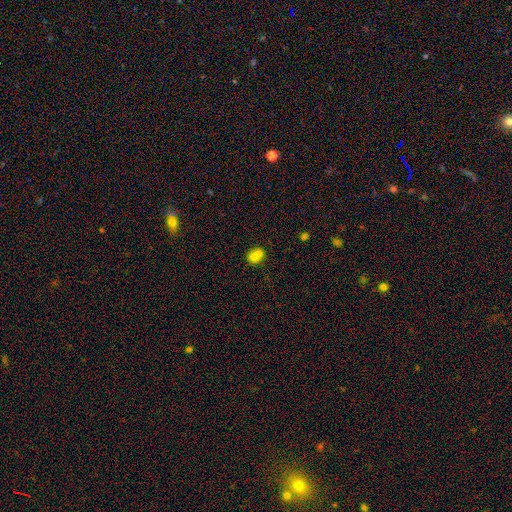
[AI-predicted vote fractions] Smooth or featured?
  - smooth: 71% *
  - featured or disk: 16%
  - star or artifact: 13%
How rounded?
  - round: 66% *
  - in between: 33%
  - cigar-shaped: 1%
Merging?
  - merger: 56% *
  - none: 33%
  - minor disturbance: 8%
  - major disturbance: 3%